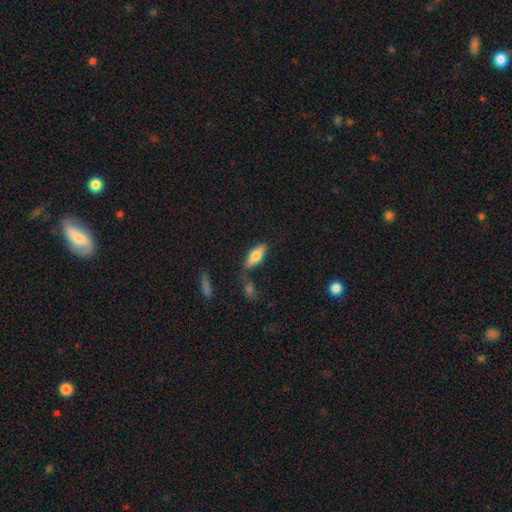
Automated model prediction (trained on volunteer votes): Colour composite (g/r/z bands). It shows a smooth galaxy with no disk features (62%) that is in between round and cigar-shaped (63%). Merging: none (70%).